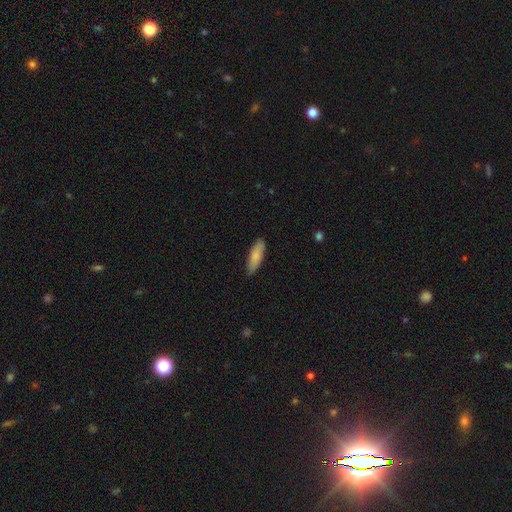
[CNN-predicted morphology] A smooth galaxy with no disk features (84%) that is in between round and cigar-shaped (56%).

Vote fractions:
- Smooth or featured? smooth: 84% / featured or disk: 11% / star or artifact: 5%
- How rounded? in between: 56% / cigar-shaped: 42% / round: 2%
- Merging? none: 81% / minor disturbance: 15% / major disturbance: 2% / merger: 1%